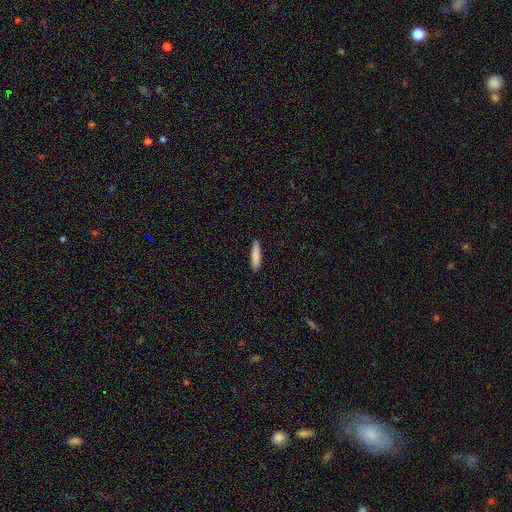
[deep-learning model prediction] This is clearly a smooth galaxy (86%). How rounded: clearly cigar-shaped (85%). Merging: clearly none (90%).